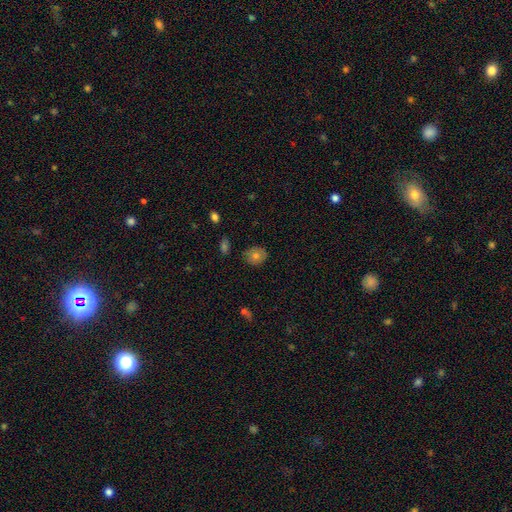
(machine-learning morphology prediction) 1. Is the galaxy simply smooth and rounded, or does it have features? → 72% smooth, 18% featured or disk, 11% star or artifact.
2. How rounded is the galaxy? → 74% round, 25% in between, 1% cigar-shaped.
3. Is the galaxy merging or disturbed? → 83% none, 13% minor disturbance, 3% major disturbance, 2% merger.